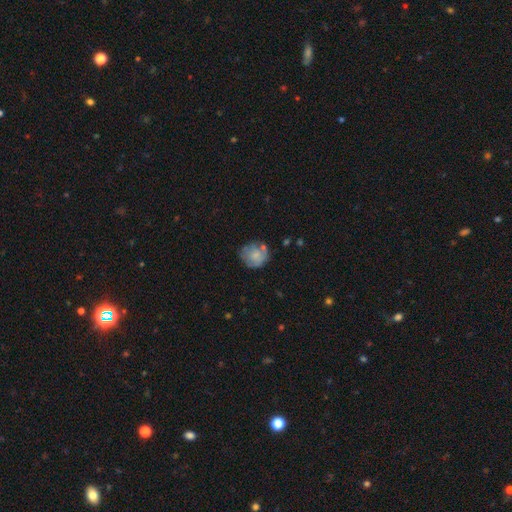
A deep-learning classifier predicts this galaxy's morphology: Smooth or featured: smooth — 63% (featured or disk — 29%)
How rounded: round — 79% (in between — 20%)
Merging: none — 58% (minor disturbance — 26%)